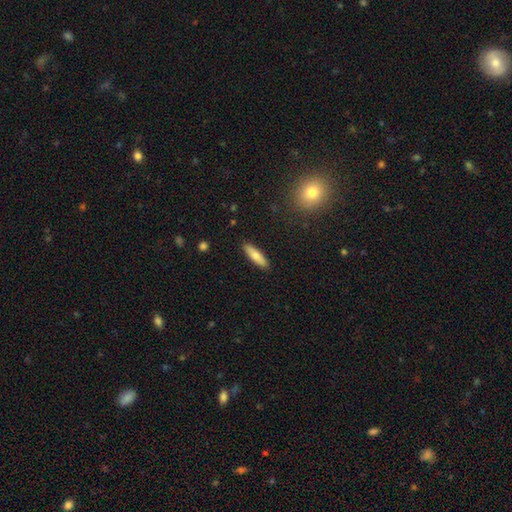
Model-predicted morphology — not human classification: smooth-or-featured: smooth: 75% | featured or disk: 19% | star or artifact: 6%
  how-rounded: cigar-shaped: 65% | in between: 33% | round: 2%
  merging: none: 90% | minor disturbance: 8% | major disturbance: 2% | merger: 1%